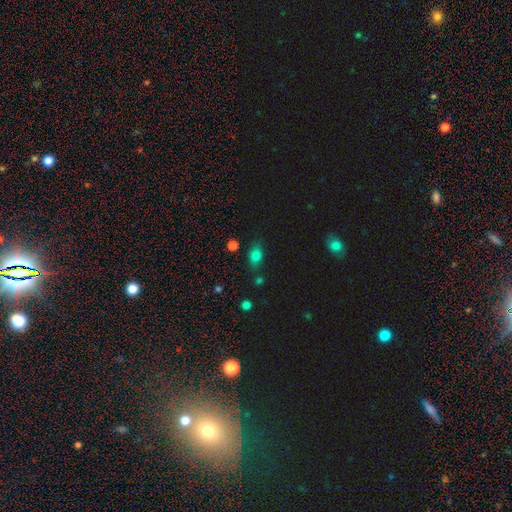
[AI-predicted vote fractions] A smooth galaxy with no disk features (77%) that is in between round and cigar-shaped (73%). Merging: none (75%).